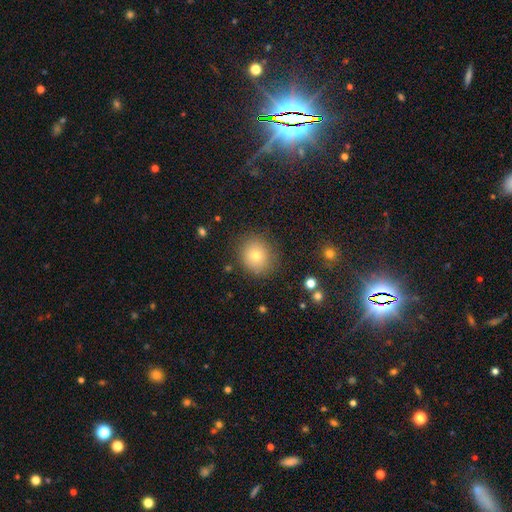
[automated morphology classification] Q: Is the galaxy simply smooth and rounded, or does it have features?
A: smooth — 74%.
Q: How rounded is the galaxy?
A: round — 79%.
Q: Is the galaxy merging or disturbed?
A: none — 85%.